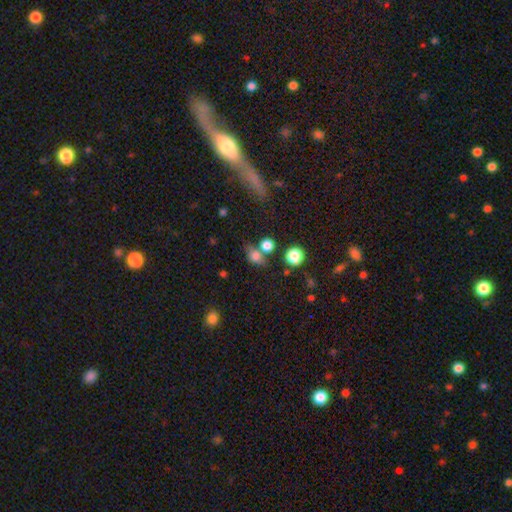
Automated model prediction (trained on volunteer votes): A smooth galaxy with no disk features (75%) that is round (51%). Merging: none (51%).